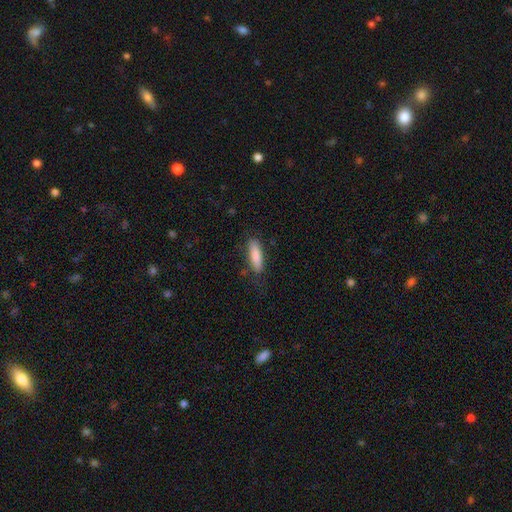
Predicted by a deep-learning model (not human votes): smooth 84%, featured or disk 10%, star or artifact 6%. Down the decision tree: how rounded — cigar-shaped (58%); merging — none (79%).